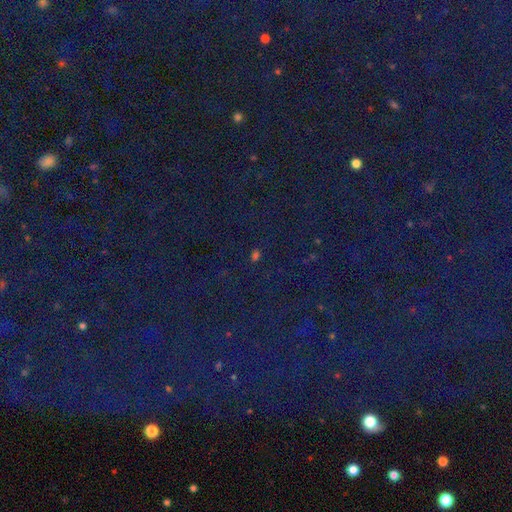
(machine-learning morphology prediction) smooth-or-featured: star or artifact: 72% | smooth: 20% | featured or disk: 8%